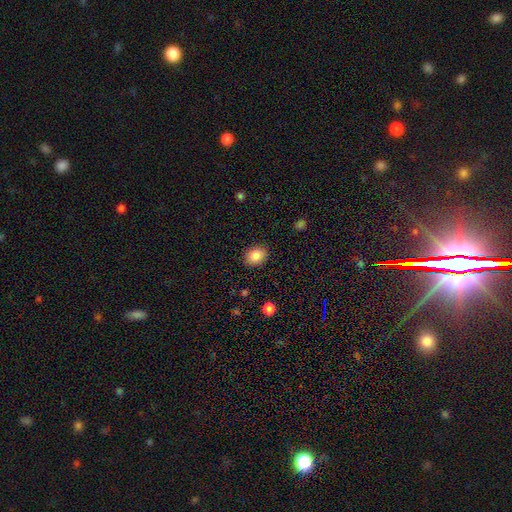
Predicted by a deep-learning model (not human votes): A smooth galaxy with no disk features (86%) that is in between round and cigar-shaped (57%). Merging: none (89%).